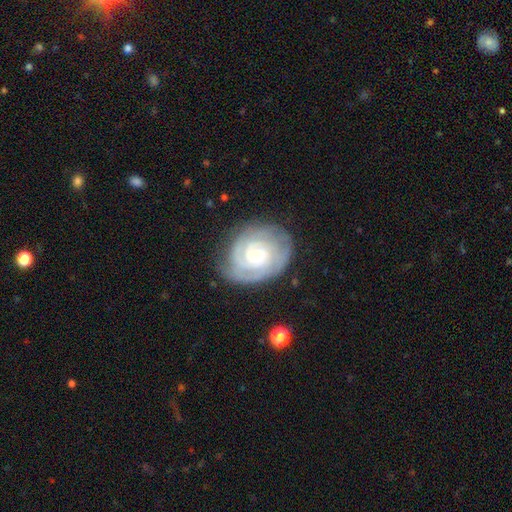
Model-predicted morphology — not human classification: Overall: featured or disk (84%). Edge-on disk: no (98%). Bar: no (64%; weak 29%). Spiral arms: yes (97%). Spiral arm count: 2 (31%; can't tell 27%). Spiral winding: tight (76%). Bulge size: small (66%; moderate 26%). Merging: none (76%).